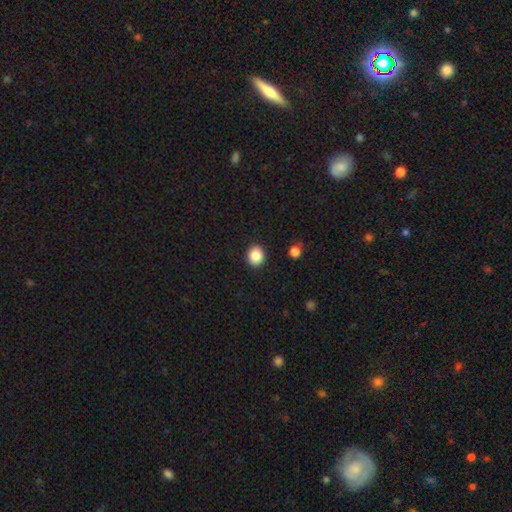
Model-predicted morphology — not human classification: type=smooth (87%); roundness=round (75%); merging=none (91%).